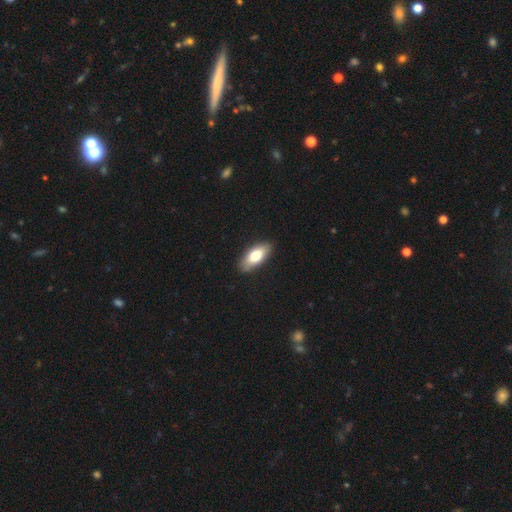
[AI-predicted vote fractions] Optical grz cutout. It shows a smooth galaxy with no disk features (74%) that is in between round and cigar-shaped (83%). Merging: none (88%).